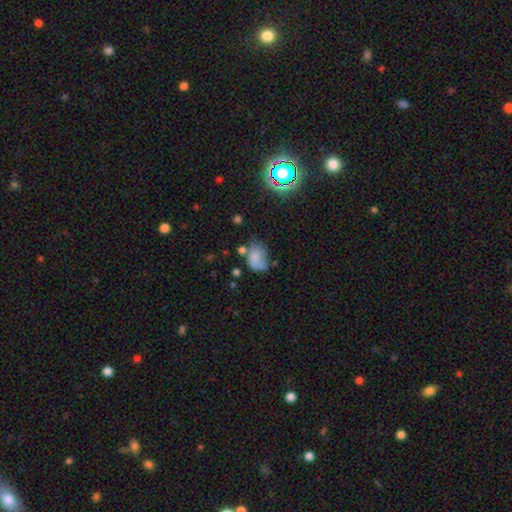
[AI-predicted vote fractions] This is likely a smooth galaxy (65%). How rounded: likely in between (71%). Merging: marginally none (32%).